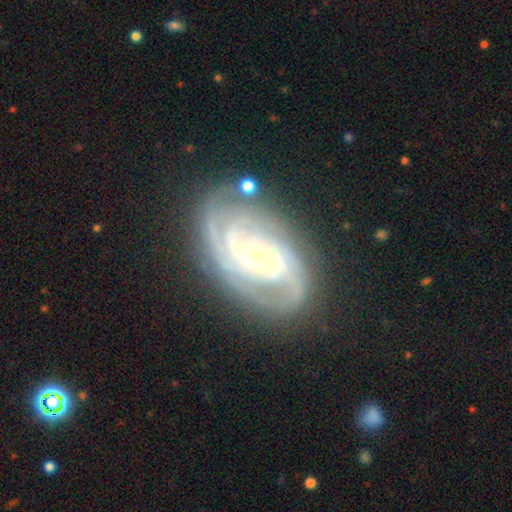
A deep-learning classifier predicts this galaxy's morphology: smooth_or_featured: featured or disk (p=0.90) [alt: star or artifact p=0.05]
disk_edge_on: no (p=0.96) [alt: yes p=0.04]
bar: no (p=0.43) [alt: weak p=0.37]
has_spiral_arms: yes (p=0.98) [alt: no p=0.02]
spiral_winding: tight (p=0.69) [alt: medium p=0.27]
spiral_arm_count: 3 (p=0.35) [alt: 2 p=0.29]
bulge_size: moderate (p=0.59) [alt: small p=0.36]
merging: none (p=0.77) [alt: minor disturbance p=0.16]